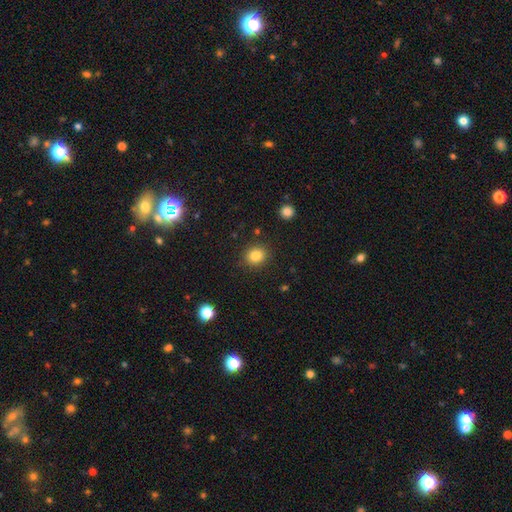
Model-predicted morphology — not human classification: type=smooth (83%); roundness=round (80%); merging=none (88%).